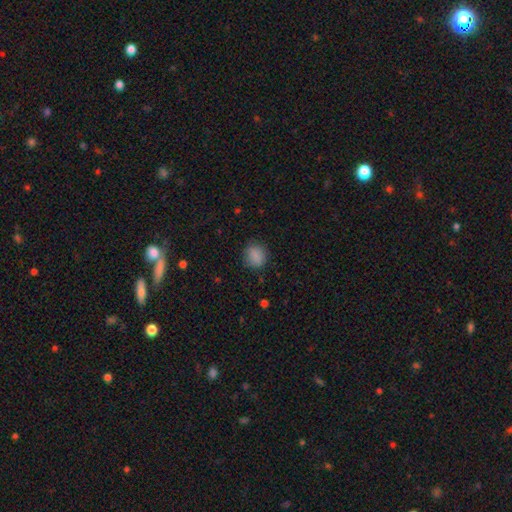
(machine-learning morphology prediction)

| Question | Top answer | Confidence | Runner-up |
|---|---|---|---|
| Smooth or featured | smooth | 86% | star or artifact (10%) |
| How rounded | round | 75% | in between (24%) |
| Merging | none | 83% | minor disturbance (12%) |